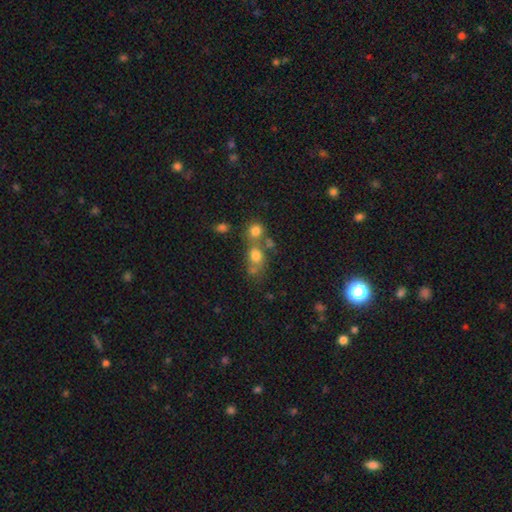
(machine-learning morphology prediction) Q: Smooth or featured?
A: smooth (69%); runner-up: featured or disk (16%)
Q: How rounded?
A: round (57%); runner-up: in between (41%)
Q: Merging?
A: merger (41%); runner-up: none (37%)